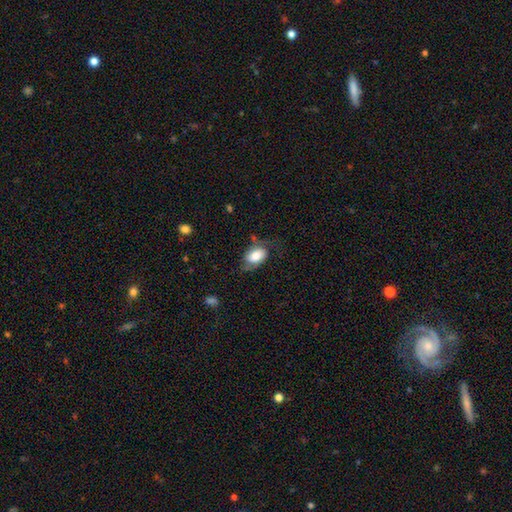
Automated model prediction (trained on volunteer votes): Morphology: type=smooth (62%); roundness=in between (87%); merging=none (51%).